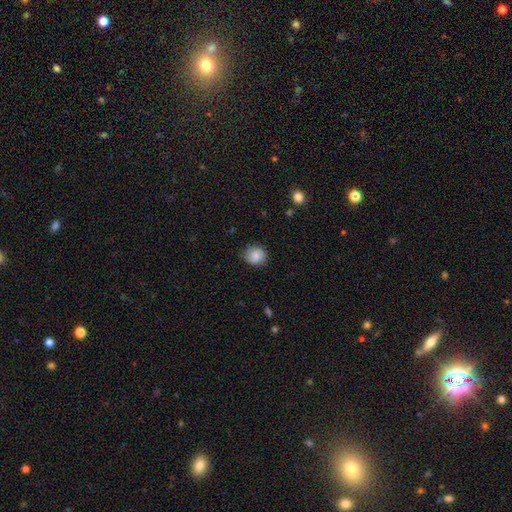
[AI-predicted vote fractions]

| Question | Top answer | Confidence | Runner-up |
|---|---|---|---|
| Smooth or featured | smooth | 82% | featured or disk (10%) |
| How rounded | round | 81% | in between (18%) |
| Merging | none | 81% | minor disturbance (15%) |